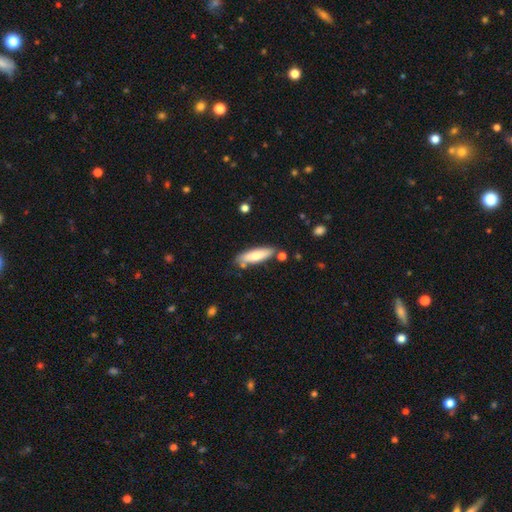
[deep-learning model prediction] Smooth or featured?
  - smooth: 74% *
  - featured or disk: 20%
  - star or artifact: 6%
How rounded?
  - cigar-shaped: 62% *
  - in between: 37%
  - round: 2%
Merging?
  - none: 76% *
  - minor disturbance: 14%
  - merger: 6%
  - major disturbance: 3%